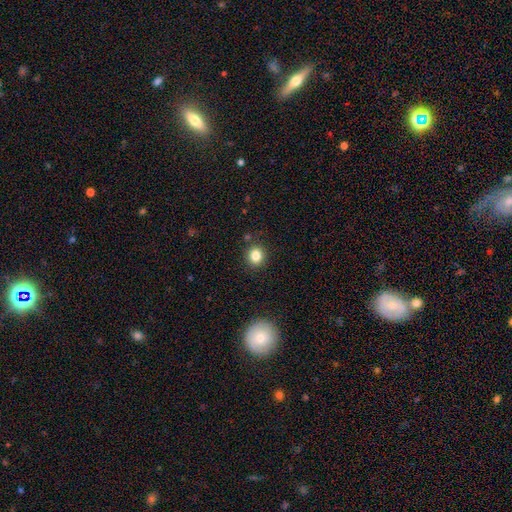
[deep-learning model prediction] This is clearly a smooth galaxy (83%). How rounded: likely round (80%). Merging: clearly none (88%).